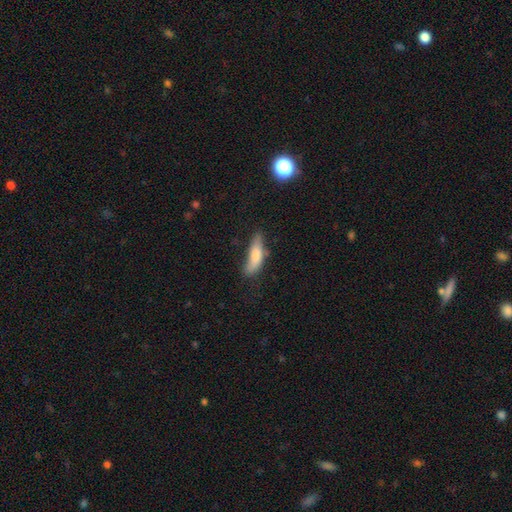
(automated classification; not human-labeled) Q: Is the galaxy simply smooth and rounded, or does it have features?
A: smooth — 75%.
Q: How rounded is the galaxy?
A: cigar-shaped — 55%.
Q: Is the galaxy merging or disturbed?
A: none — 51%.